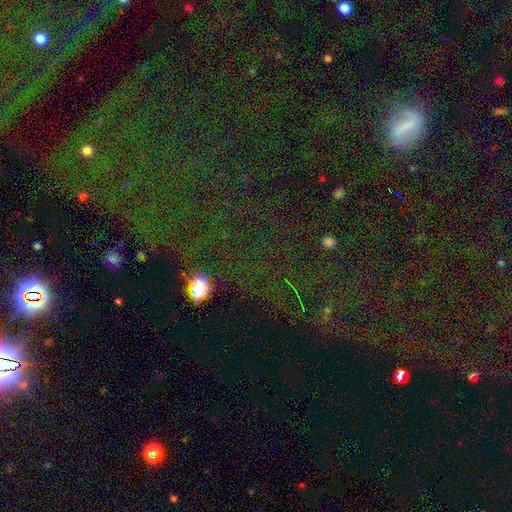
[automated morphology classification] A star or artifact, not a galaxy (74%).

Vote fractions:
- Smooth or featured? star or artifact: 74% / smooth: 16% / featured or disk: 10%